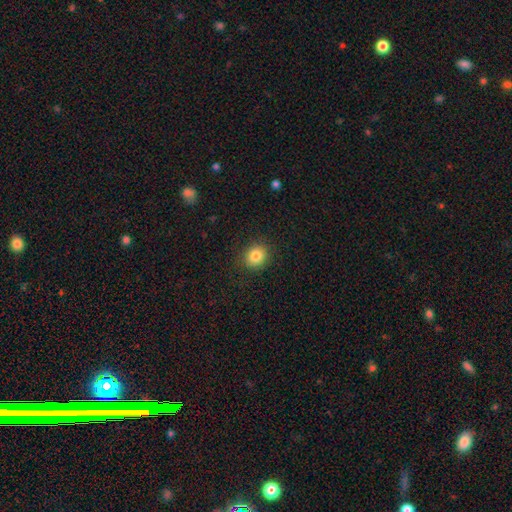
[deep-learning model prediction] Overall: smooth (83%). How rounded: round (79%). Merging: none (89%).